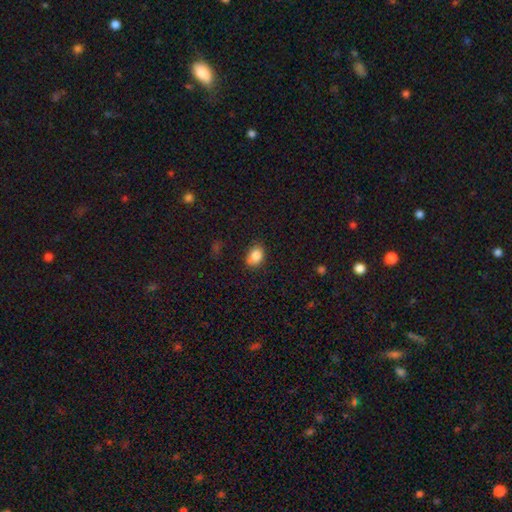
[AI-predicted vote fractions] Smooth or featured? Predicted: smooth (p=0.86). How rounded? Predicted: in between (p=0.68). Merging? Predicted: none (p=0.76).